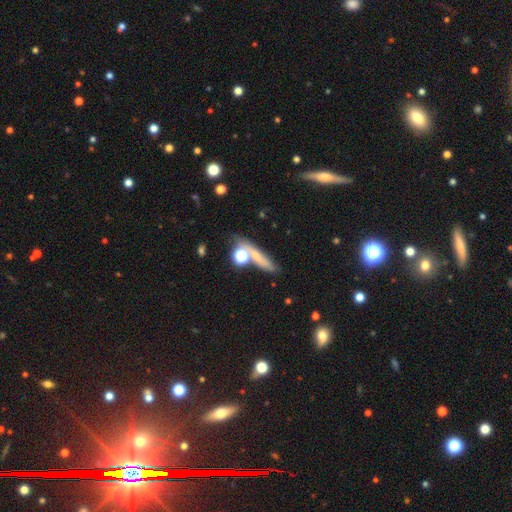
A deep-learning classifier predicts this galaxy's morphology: smooth_or_featured: smooth (p=0.62) [alt: featured or disk p=0.22]
how_rounded: cigar-shaped (p=0.59) [alt: round p=0.20]
merging: none (p=0.60) [alt: merger p=0.16]